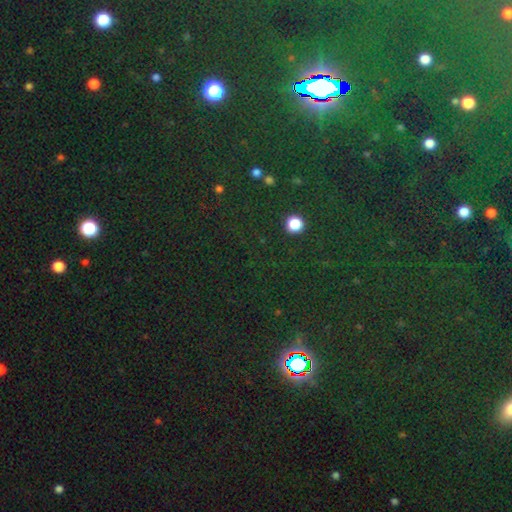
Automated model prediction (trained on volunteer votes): smooth-or-featured: star or artifact: 80% | smooth: 13% | featured or disk: 8%